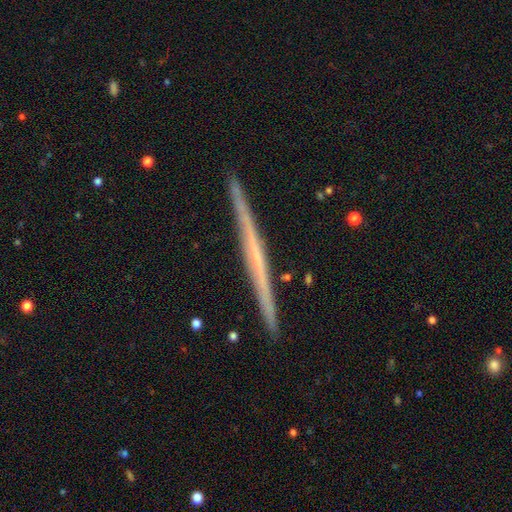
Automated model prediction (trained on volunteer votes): Q: Smooth or featured?
A: featured or disk (72%); runner-up: smooth (23%)
Q: Edge-on disk?
A: yes (98%); runner-up: no (2%)
Q: Edge-on bulge?
A: none (81%); runner-up: rounded (14%)
Q: Merging?
A: none (92%); runner-up: minor disturbance (6%)